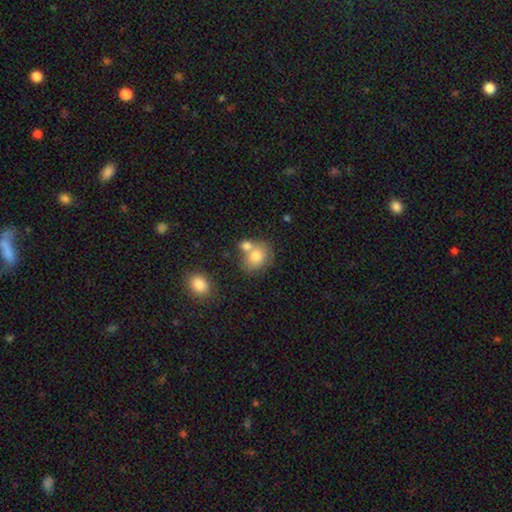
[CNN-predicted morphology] Smooth or featured? Predicted: smooth (p=0.78). How rounded? Predicted: round (p=0.52). Merging? Predicted: none (p=0.42).